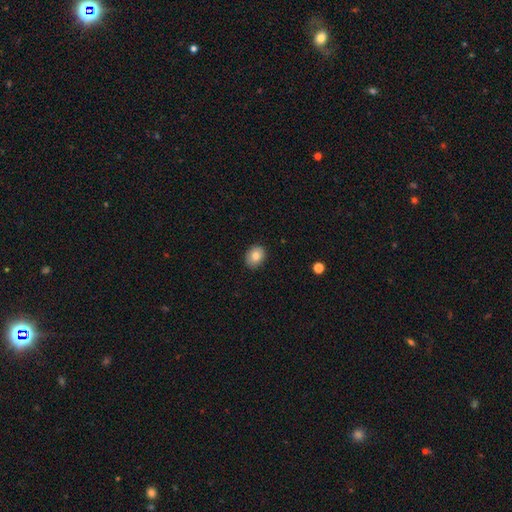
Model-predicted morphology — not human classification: smooth_or_featured: smooth (p=0.81) [alt: featured or disk p=0.11]
how_rounded: in between (p=0.52) [alt: round p=0.47]
merging: none (p=0.88) [alt: minor disturbance p=0.09]